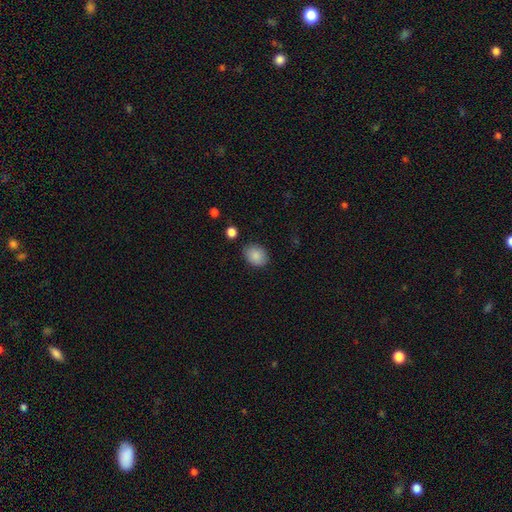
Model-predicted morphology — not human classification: This appears to be a smooth galaxy with no disk features (88%) that is in between round and cigar-shaped (59%). Merging: none (85%).